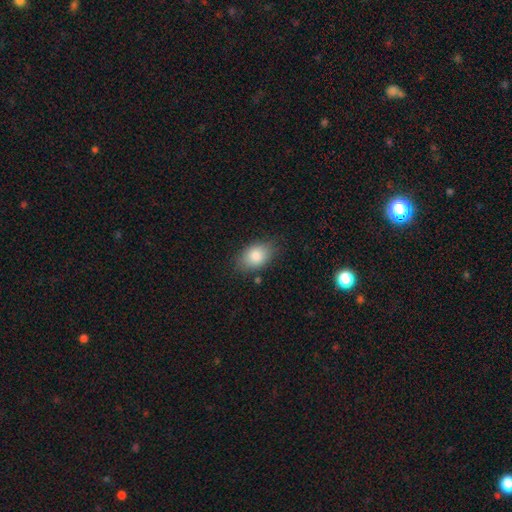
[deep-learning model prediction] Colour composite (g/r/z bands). It shows a smooth galaxy with no disk features (85%) that is in between round and cigar-shaped (82%). Merging: none (77%).